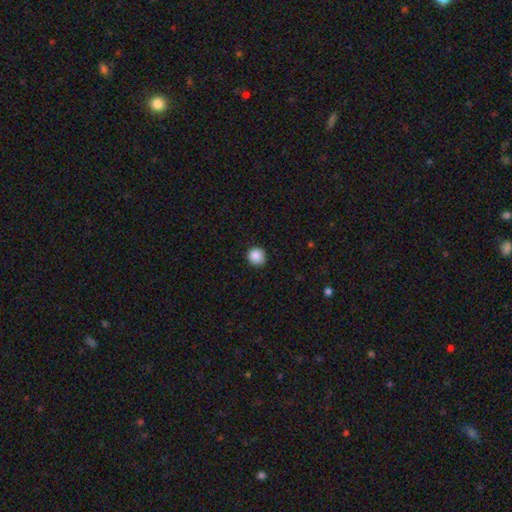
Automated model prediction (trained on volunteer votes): smooth 88%, star or artifact 9%, featured or disk 3%. Down the decision tree: how rounded — round (93%); merging — none (89%).